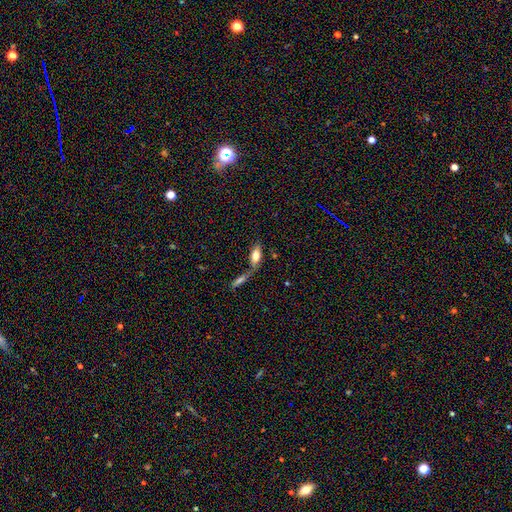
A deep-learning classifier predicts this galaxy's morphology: This is likely a smooth galaxy (73%). How rounded: likely in between (79%). Merging: marginally none (42%).